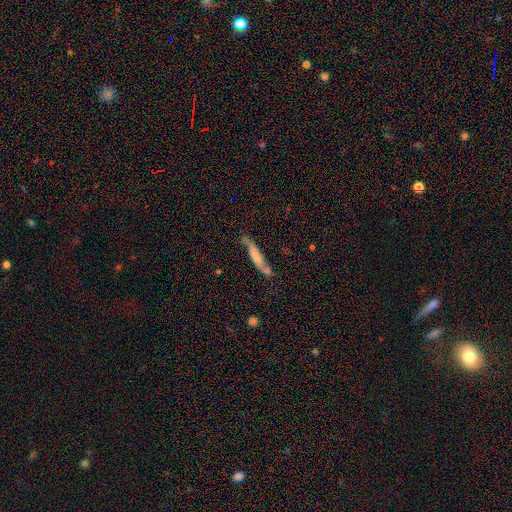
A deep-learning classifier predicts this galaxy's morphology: Smooth or featured? Predicted: featured or disk (p=0.47). Merging? Predicted: none (p=0.54).